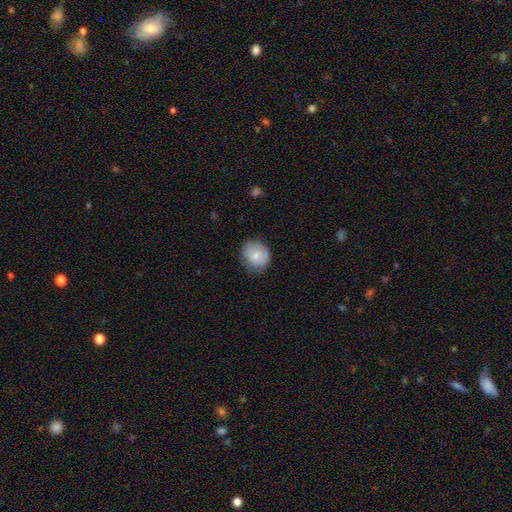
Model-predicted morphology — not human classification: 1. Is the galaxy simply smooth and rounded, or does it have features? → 69% smooth, 24% featured or disk, 7% star or artifact.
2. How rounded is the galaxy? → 75% round, 24% in between, 1% cigar-shaped.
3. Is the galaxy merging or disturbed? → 74% none, 20% minor disturbance, 5% major disturbance, 1% merger.